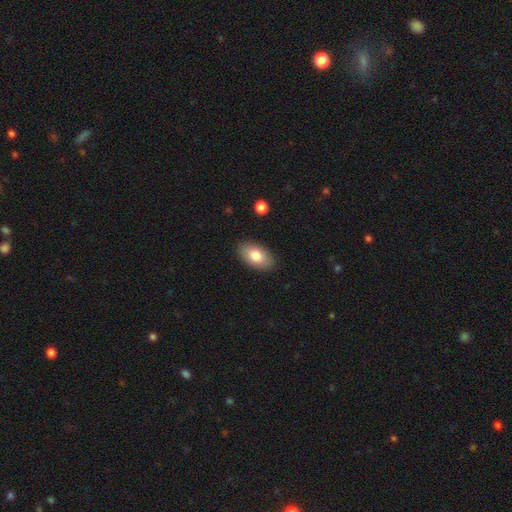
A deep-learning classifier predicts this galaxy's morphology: Overall: smooth (80%). How rounded: in between (94%). Merging: none (88%).